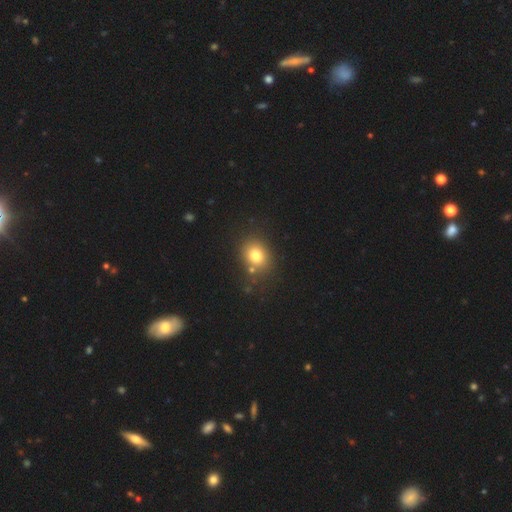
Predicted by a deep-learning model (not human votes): Smooth or featured? smooth (78%)
How rounded? round (58%)
Merging? none (76%)